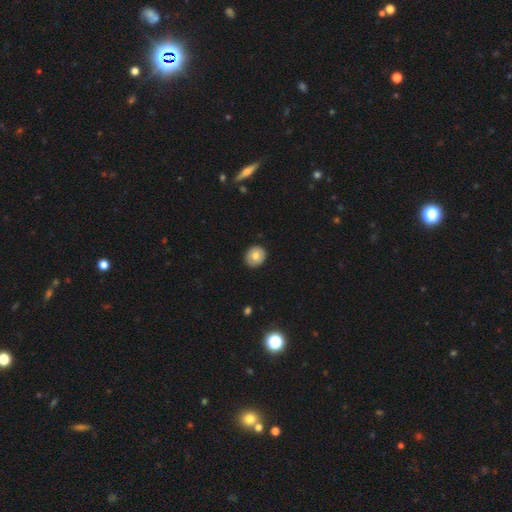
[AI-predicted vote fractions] This is likely a smooth galaxy (71%). How rounded: likely round (78%). Merging: clearly none (89%).